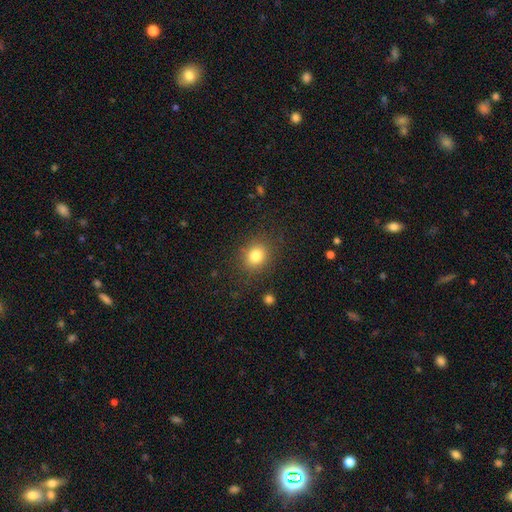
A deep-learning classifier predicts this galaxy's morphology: smooth-or-featured: smooth: 82% | star or artifact: 11% | featured or disk: 7%
  how-rounded: round: 67% | in between: 33% | cigar-shaped: 1%
  merging: none: 85% | minor disturbance: 10% | major disturbance: 4% | merger: 2%